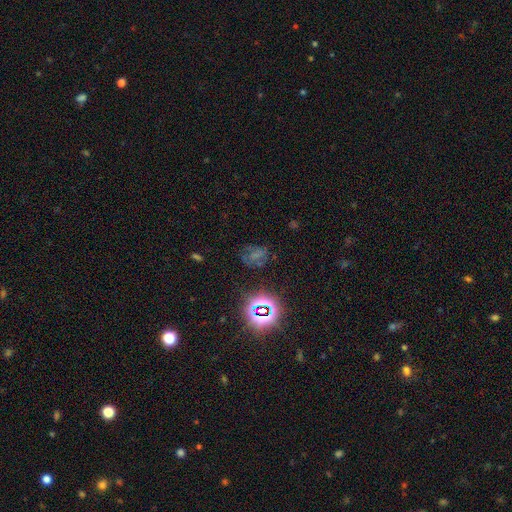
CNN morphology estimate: Smooth or featured? star or artifact (47%)